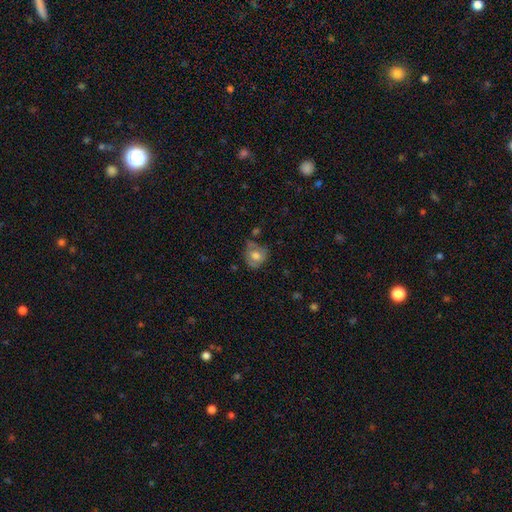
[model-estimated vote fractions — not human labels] smooth-or-featured: smooth: 62% | featured or disk: 30% | star or artifact: 9%
  how-rounded: round: 69% | in between: 30% | cigar-shaped: 1%
  merging: none: 55% | minor disturbance: 27% | major disturbance: 10% | merger: 8%